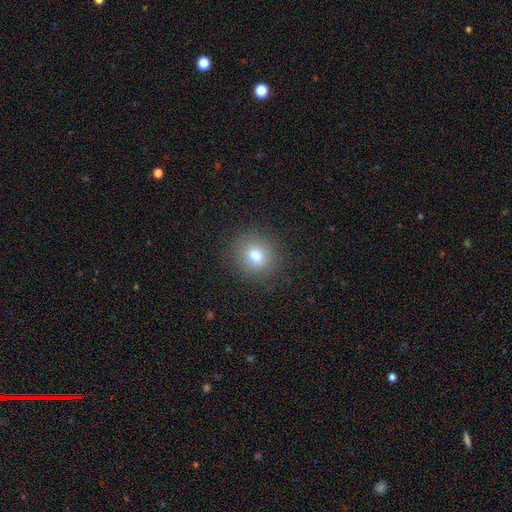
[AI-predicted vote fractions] A smooth galaxy with no disk features (77%) that is round (85%). Merging: none (88%).